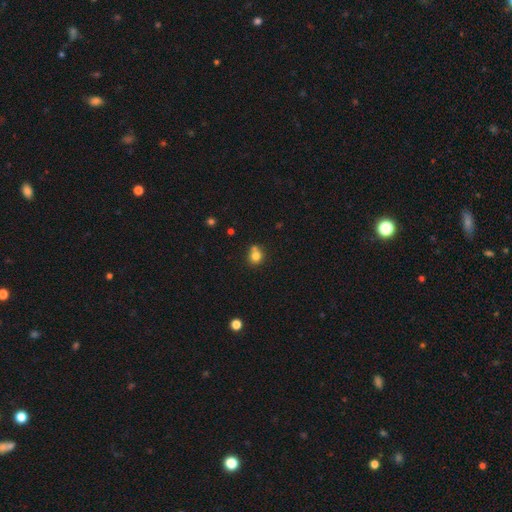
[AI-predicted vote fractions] smooth 78%, star or artifact 12%, featured or disk 10%. Down the decision tree: how rounded — round (82%); merging — none (56%).